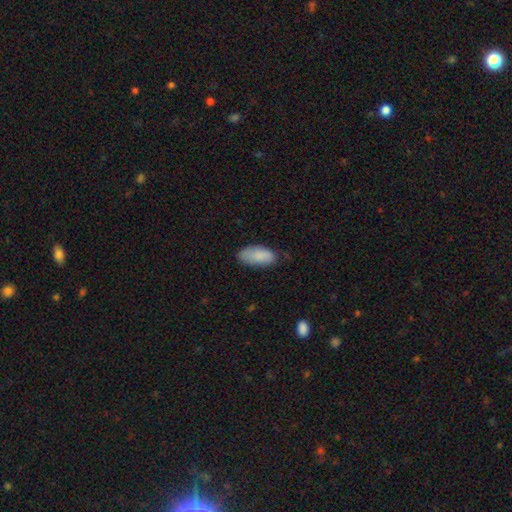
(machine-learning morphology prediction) The model was most divided on "merging": none: 69%, minor disturbance: 25%, major disturbance: 5%, merger: 2%. More confident: how rounded — in between (89%); smooth or featured — smooth (85%).